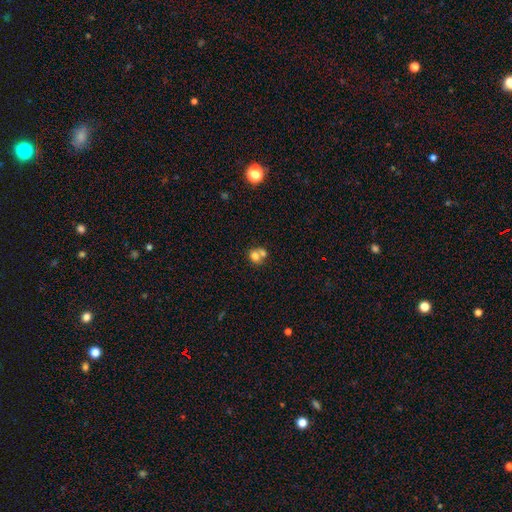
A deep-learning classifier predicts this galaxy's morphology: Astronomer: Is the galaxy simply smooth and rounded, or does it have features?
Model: smooth — 71%.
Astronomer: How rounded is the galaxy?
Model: round — 68%.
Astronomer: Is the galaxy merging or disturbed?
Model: merger — 57%.